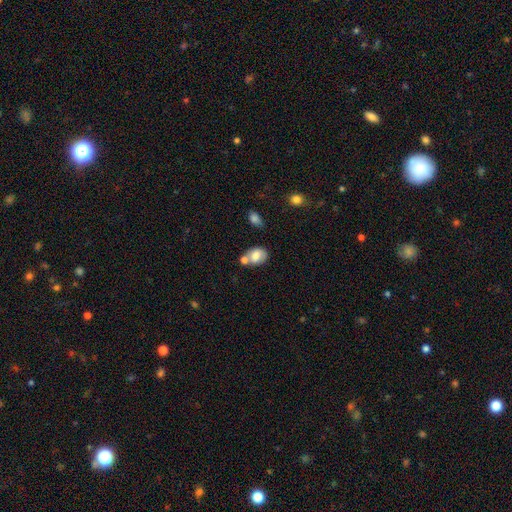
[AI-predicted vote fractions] smooth-or-featured: smooth: 67% | featured or disk: 24% | star or artifact: 9%
  how-rounded: in between: 68% | round: 30% | cigar-shaped: 1%
  merging: none: 41% | merger: 35% | minor disturbance: 18% | major disturbance: 6%